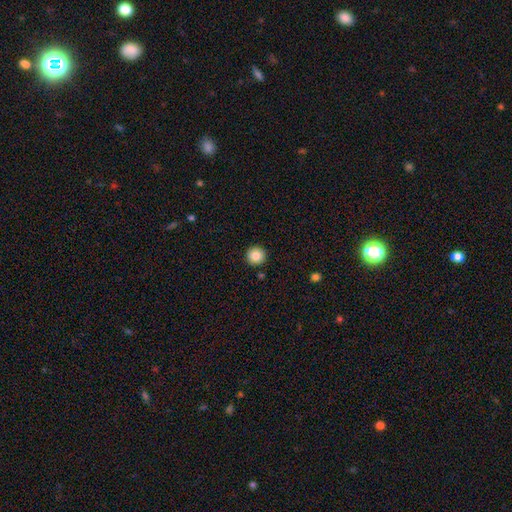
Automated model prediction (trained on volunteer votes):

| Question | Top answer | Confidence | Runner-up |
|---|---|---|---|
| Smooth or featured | smooth | 87% | star or artifact (9%) |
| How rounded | round | 96% | in between (3%) |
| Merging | none | 92% | minor disturbance (5%) |